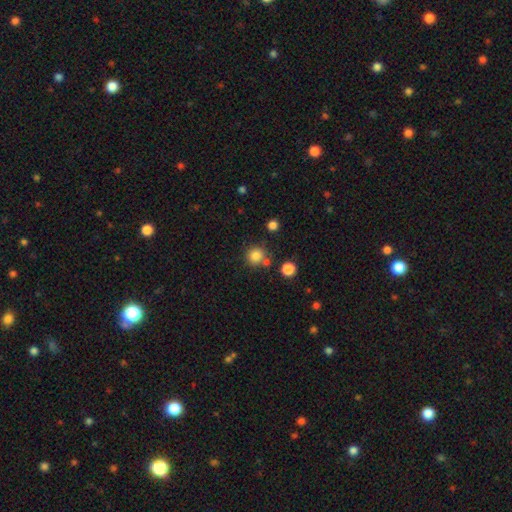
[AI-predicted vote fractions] Q: Smooth or featured?
A: smooth (81%); runner-up: star or artifact (13%)
Q: How rounded?
A: round (92%); runner-up: in between (7%)
Q: Merging?
A: none (75%); runner-up: merger (13%)